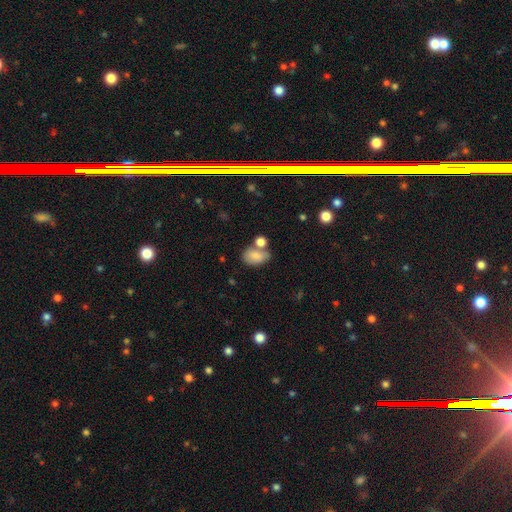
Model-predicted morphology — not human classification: type=smooth (80%); roundness=in between (84%); merging=none (44%).